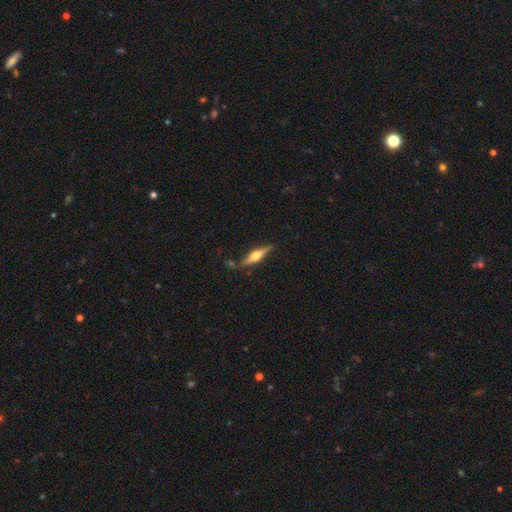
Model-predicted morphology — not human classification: This is likely a featured or disk galaxy (65%). It is clearly viewed edge-on (96%). Edge-on bulge: clearly rounded (92%). Merging: likely none (79%).